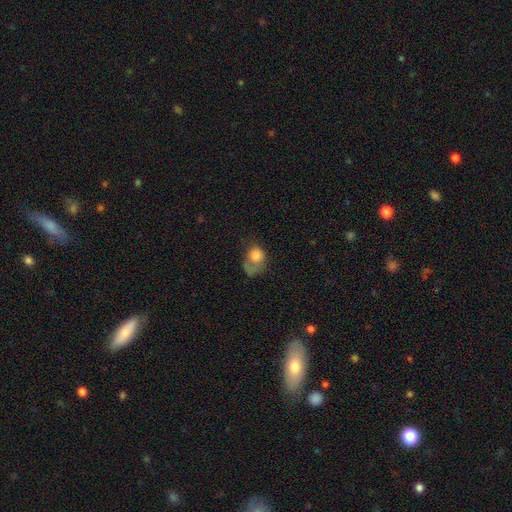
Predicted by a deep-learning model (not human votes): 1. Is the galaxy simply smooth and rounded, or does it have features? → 71% smooth, 20% featured or disk, 9% star or artifact.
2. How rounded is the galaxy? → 51% round, 48% in between, 1% cigar-shaped.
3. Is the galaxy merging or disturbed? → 45% major disturbance, 26% none, 22% minor disturbance, 7% merger.